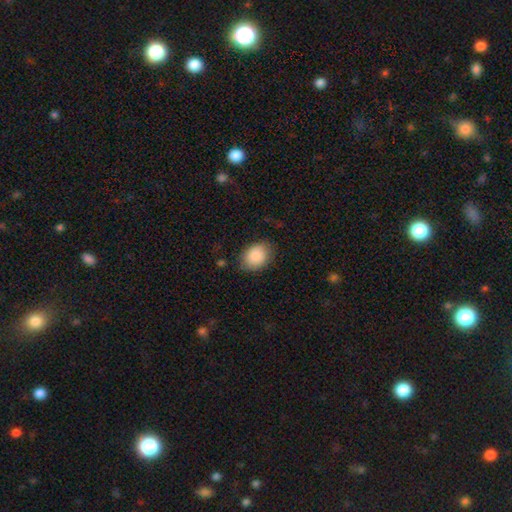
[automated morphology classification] A smooth galaxy with no disk features (89%) that is in between round and cigar-shaped (71%). Merging: none (81%).